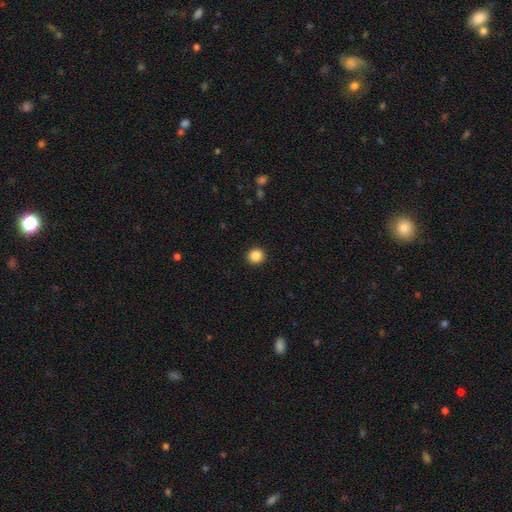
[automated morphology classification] This appears to be a smooth galaxy with no disk features (87%) that is round (92%). Merging: none (93%).